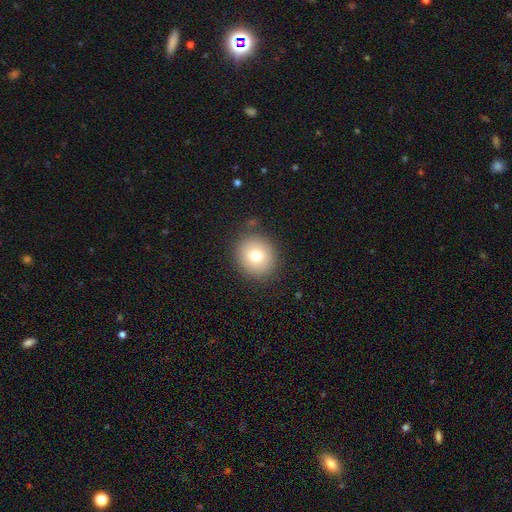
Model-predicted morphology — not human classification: This appears to be a smooth galaxy with no disk features (76%) that is round (84%). Merging: none (84%).